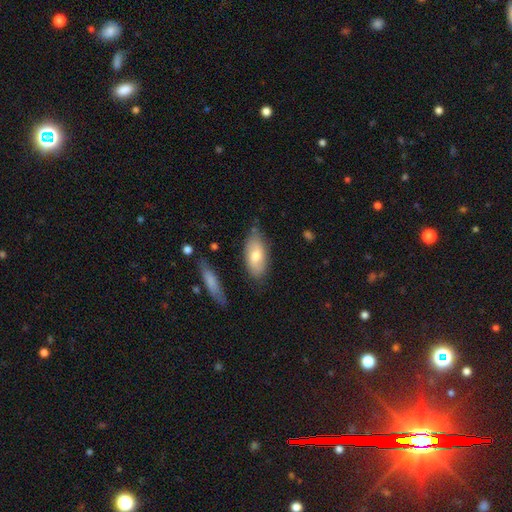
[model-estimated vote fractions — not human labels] Overall: smooth (68%). How rounded: in between (88%). Merging: none (74%).